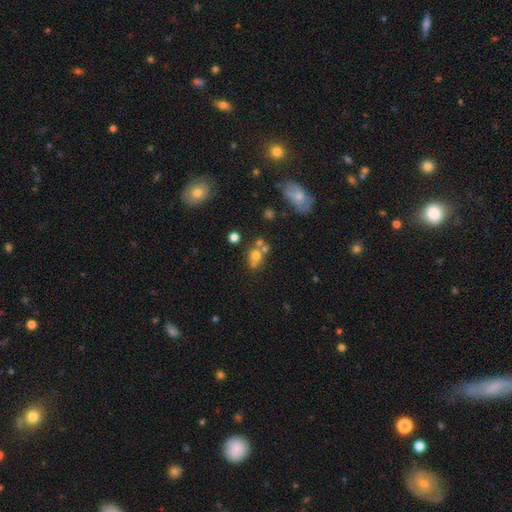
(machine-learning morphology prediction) This is likely a smooth galaxy (63%). How rounded: likely round (70%). Merging: marginally none (45%).